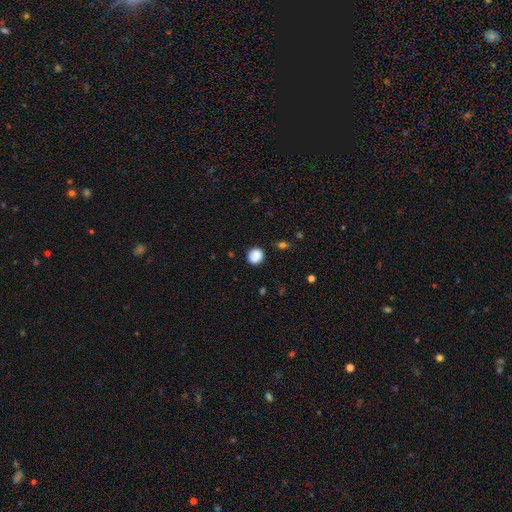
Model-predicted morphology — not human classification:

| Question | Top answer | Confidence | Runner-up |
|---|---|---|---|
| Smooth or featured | smooth | 87% | star or artifact (9%) |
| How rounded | round | 85% | in between (14%) |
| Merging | none | 86% | minor disturbance (10%) |